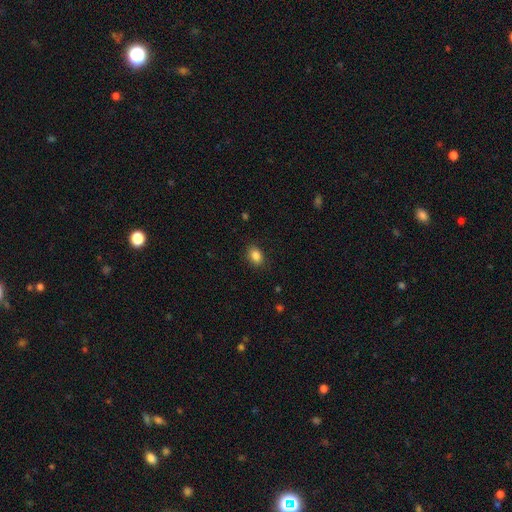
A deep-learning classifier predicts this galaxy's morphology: Smooth or featured?
  - smooth: 86% *
  - star or artifact: 9%
  - featured or disk: 5%
How rounded?
  - in between: 78% *
  - round: 20%
  - cigar-shaped: 1%
Merging?
  - none: 87% *
  - minor disturbance: 10%
  - major disturbance: 3%
  - merger: 1%